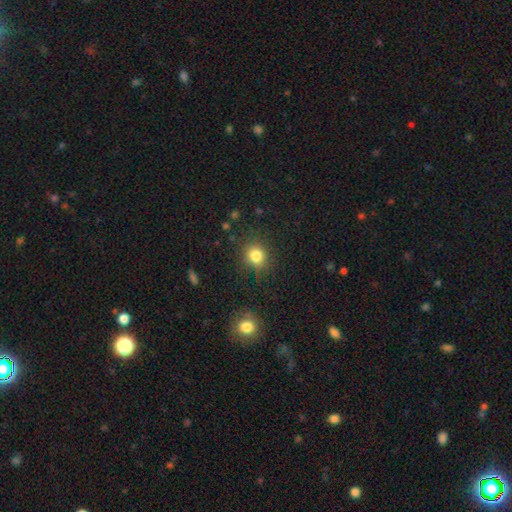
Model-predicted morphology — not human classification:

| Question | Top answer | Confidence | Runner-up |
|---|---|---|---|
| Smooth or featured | smooth | 82% | star or artifact (12%) |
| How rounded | round | 83% | in between (16%) |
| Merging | none | 83% | minor disturbance (11%) |